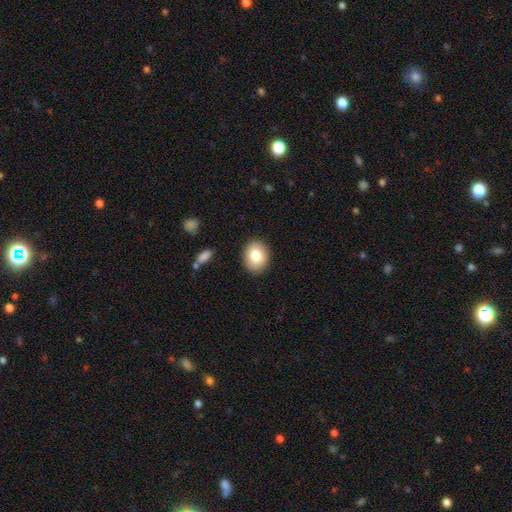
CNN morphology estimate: smooth_or_featured: smooth (p=0.80) [alt: featured or disk p=0.12]
how_rounded: in between (p=0.55) [alt: round p=0.44]
merging: none (p=0.89) [alt: minor disturbance p=0.08]